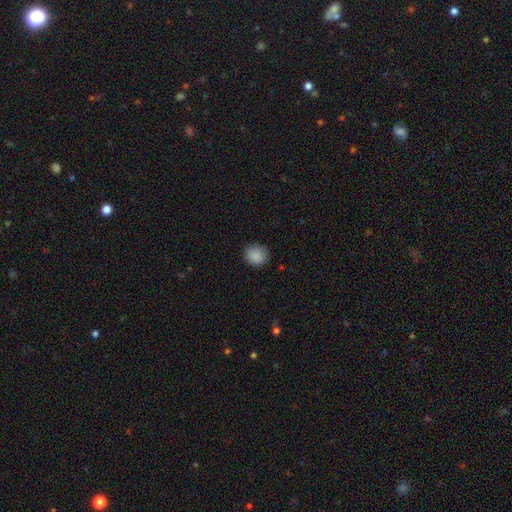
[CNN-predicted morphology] Q: Smooth or featured?
A: smooth (88%); runner-up: star or artifact (9%)
Q: How rounded?
A: round (83%); runner-up: in between (16%)
Q: Merging?
A: none (85%); runner-up: minor disturbance (12%)